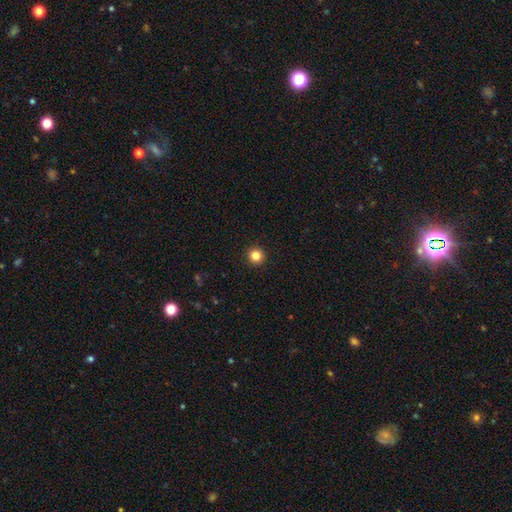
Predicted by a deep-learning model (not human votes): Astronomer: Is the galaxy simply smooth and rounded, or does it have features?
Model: smooth — 84%.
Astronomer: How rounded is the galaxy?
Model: round — 96%.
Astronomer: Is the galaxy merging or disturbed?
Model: none — 94%.